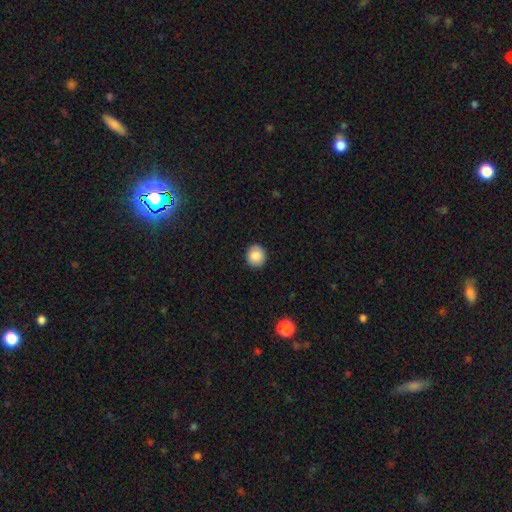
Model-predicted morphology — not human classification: Smooth or featured? Predicted: smooth (p=0.86). How rounded? Predicted: round (p=0.85). Merging? Predicted: none (p=0.90).